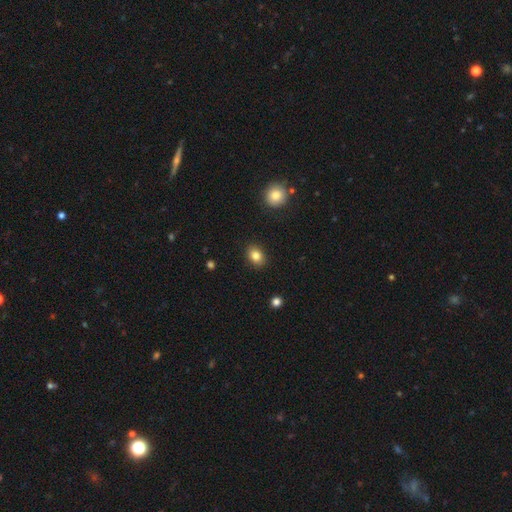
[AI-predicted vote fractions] A smooth galaxy with no disk features (84%) that is in between round and cigar-shaped (65%).

Vote fractions:
- Smooth or featured? smooth: 84% / star or artifact: 9% / featured or disk: 6%
- How rounded? in between: 65% / round: 34% / cigar-shaped: 1%
- Merging? none: 89% / minor disturbance: 8% / major disturbance: 2% / merger: 1%